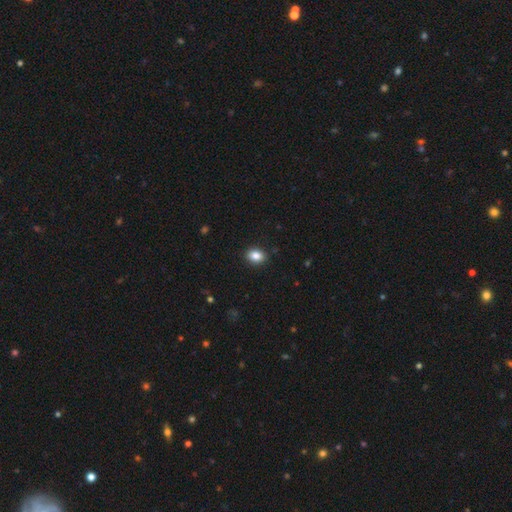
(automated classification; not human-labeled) Smooth or featured? Predicted: smooth (p=0.85). How rounded? Predicted: in between (p=0.64). Merging? Predicted: none (p=0.90).